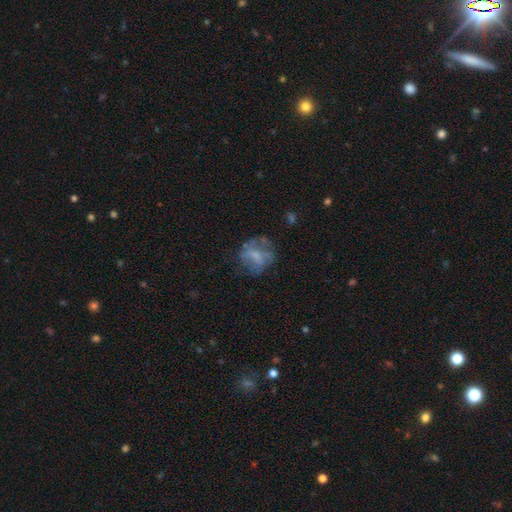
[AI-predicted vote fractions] A featured or disk galaxy (48%). Merging: none (52%).